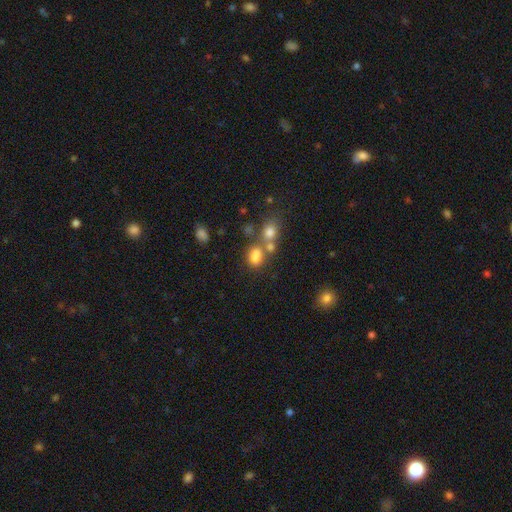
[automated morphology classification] A smooth galaxy with no disk features (75%) that is in between round and cigar-shaped (60%).

Vote fractions:
- Smooth or featured? smooth: 75% / star or artifact: 15% / featured or disk: 10%
- How rounded? in between: 60% / round: 39% / cigar-shaped: 2%
- Merging? none: 41% / merger: 40% / minor disturbance: 12% / major disturbance: 6%